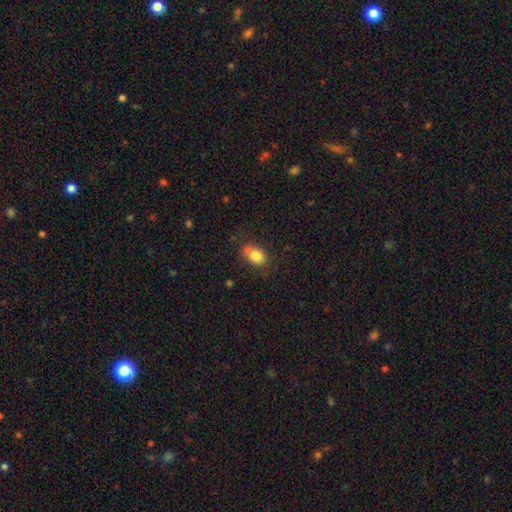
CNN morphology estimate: smooth-or-featured: smooth: 82% | featured or disk: 9% | star or artifact: 9%
  how-rounded: in between: 70% | round: 29% | cigar-shaped: 1%
  merging: none: 66% | minor disturbance: 22% | merger: 6% | major disturbance: 6%